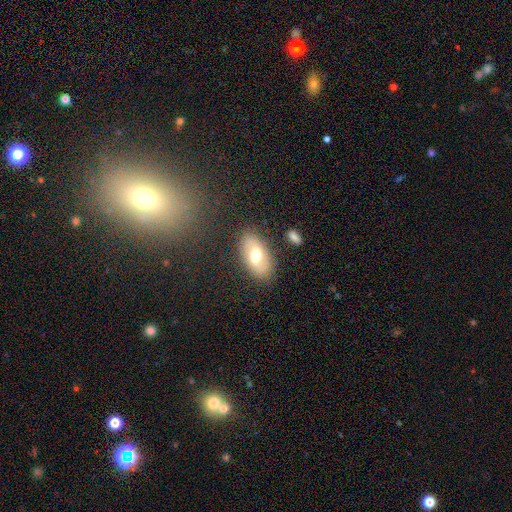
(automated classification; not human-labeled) smooth-or-featured: smooth: 58% | featured or disk: 35% | star or artifact: 7%
  how-rounded: in between: 92% | round: 6% | cigar-shaped: 2%
  merging: none: 82% | minor disturbance: 12% | major disturbance: 4% | merger: 2%